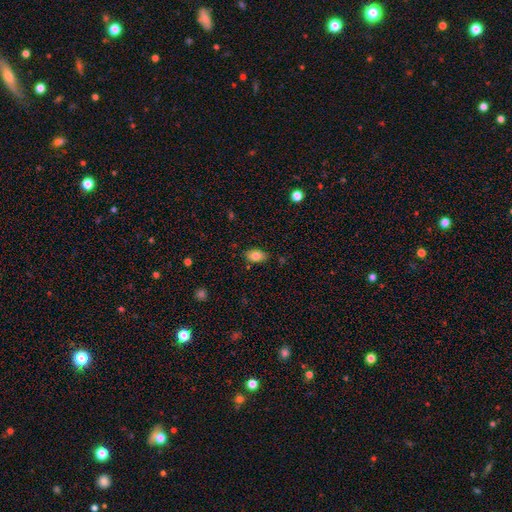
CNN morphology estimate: Q: Smooth or featured?
A: smooth (83%); runner-up: featured or disk (9%)
Q: How rounded?
A: in between (88%); runner-up: round (11%)
Q: Merging?
A: none (83%); runner-up: minor disturbance (13%)